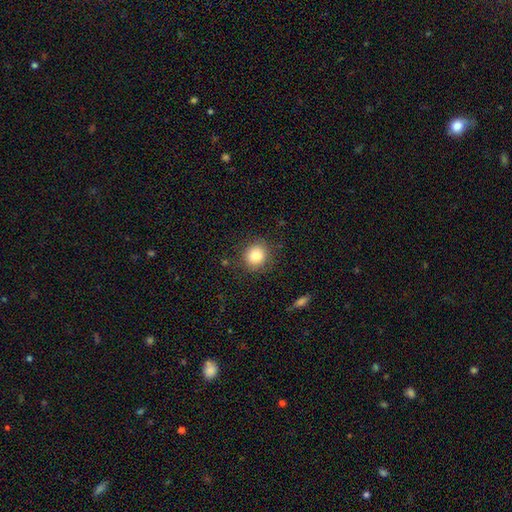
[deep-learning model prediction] A smooth galaxy with no disk features (83%) that is round (86%).

Vote fractions:
- Smooth or featured? smooth: 83% / star or artifact: 10% / featured or disk: 7%
- How rounded? round: 86% / in between: 13% / cigar-shaped: 1%
- Merging? none: 86% / minor disturbance: 10% / major disturbance: 3% / merger: 1%